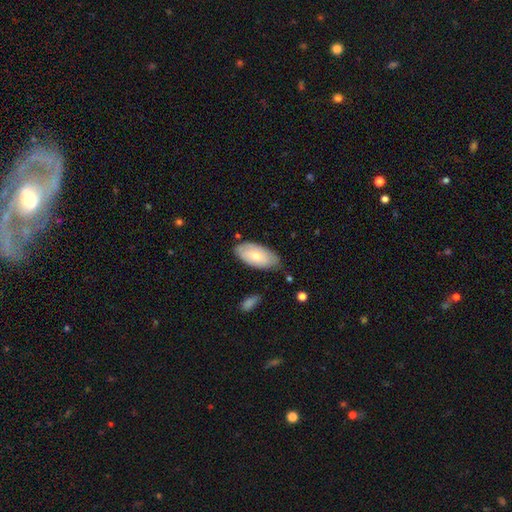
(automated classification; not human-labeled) Smooth or featured?
  - smooth: 67% *
  - featured or disk: 28%
  - star or artifact: 6%
How rounded?
  - in between: 94% *
  - cigar-shaped: 4%
  - round: 2%
Merging?
  - none: 73% *
  - minor disturbance: 21%
  - major disturbance: 4%
  - merger: 2%